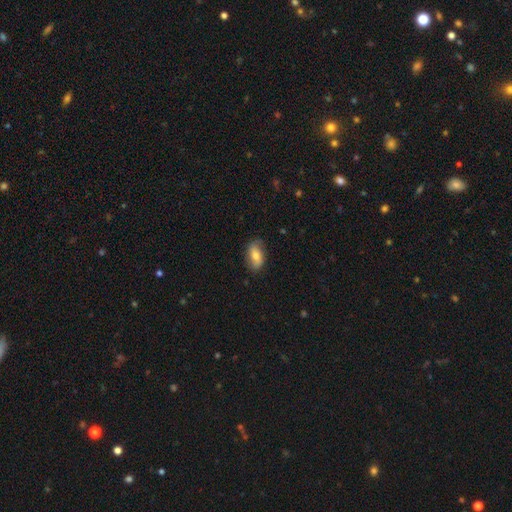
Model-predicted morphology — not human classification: The model was most divided on "smooth or featured": smooth: 60%, featured or disk: 33%, star or artifact: 7%. More confident: how rounded — in between (89%); merging — none (76%).